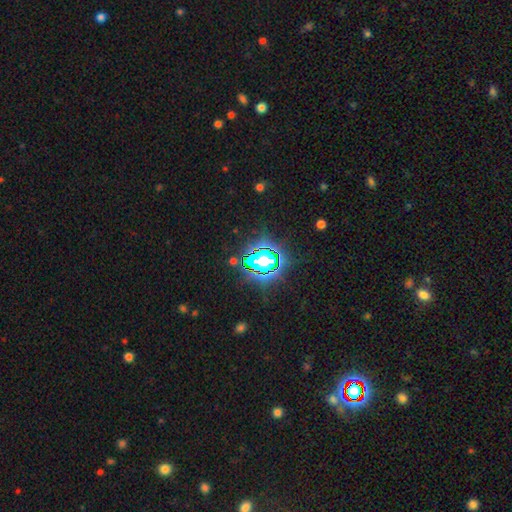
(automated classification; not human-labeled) Smooth or featured?
  - star or artifact: 80% *
  - smooth: 12%
  - featured or disk: 8%